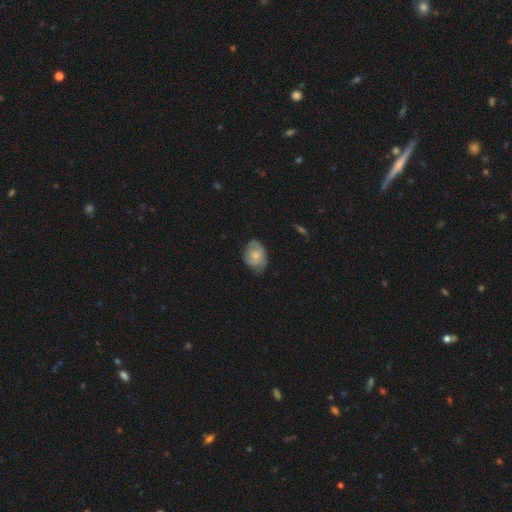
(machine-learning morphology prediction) The model was most divided on "merging": none: 53%, minor disturbance: 36%, major disturbance: 10%, merger: 1%. More confident: how rounded — in between (73%); smooth or featured — smooth (59%).